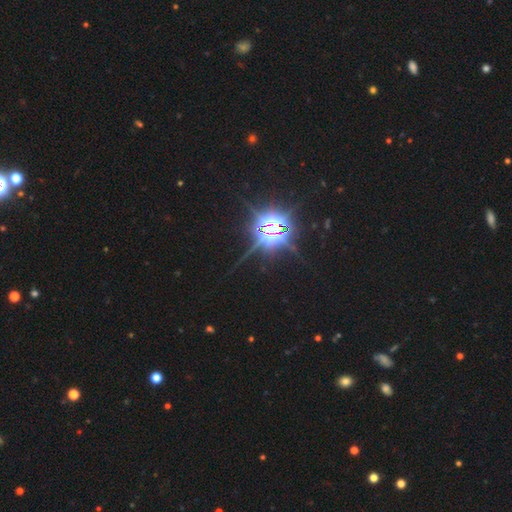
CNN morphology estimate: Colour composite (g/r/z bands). It shows a star or artifact, not a galaxy (84%).